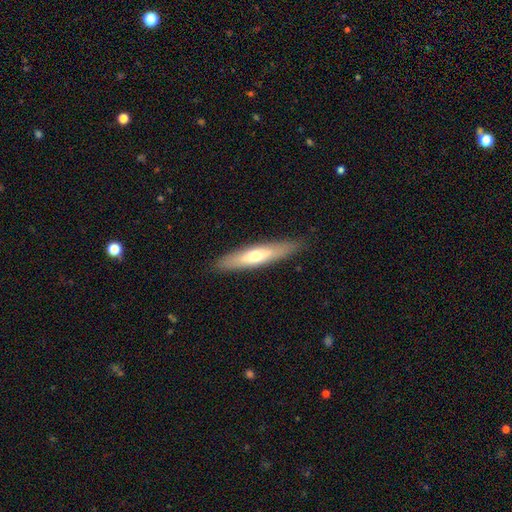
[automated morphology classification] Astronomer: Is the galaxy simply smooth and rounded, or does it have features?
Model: smooth — 51% (runner-up: featured or disk, 44%).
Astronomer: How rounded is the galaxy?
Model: cigar-shaped — 81%.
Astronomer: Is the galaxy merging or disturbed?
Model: none — 87%.